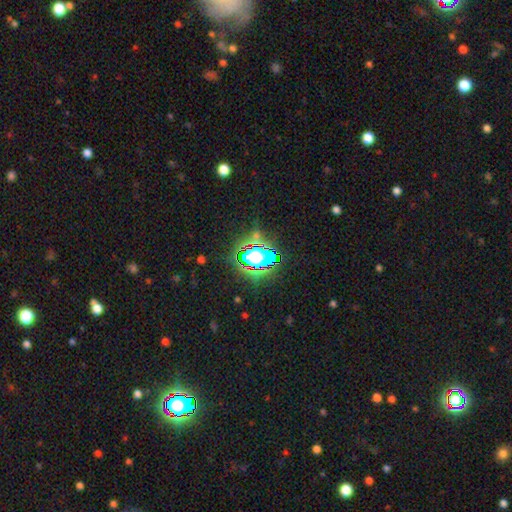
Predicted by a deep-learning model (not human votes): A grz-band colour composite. It shows a star or artifact, not a galaxy (83%).